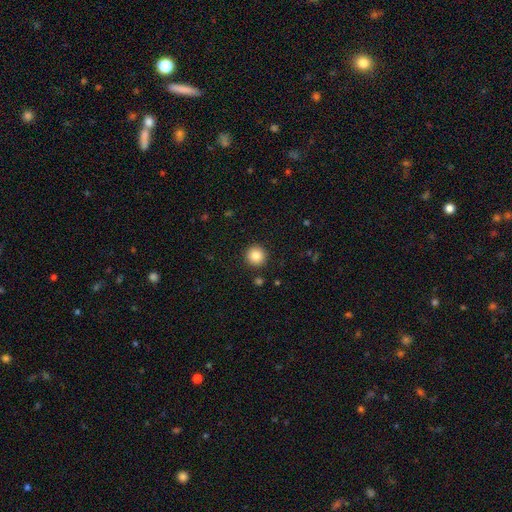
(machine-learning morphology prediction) type=smooth (86%); roundness=round (95%); merging=none (92%).